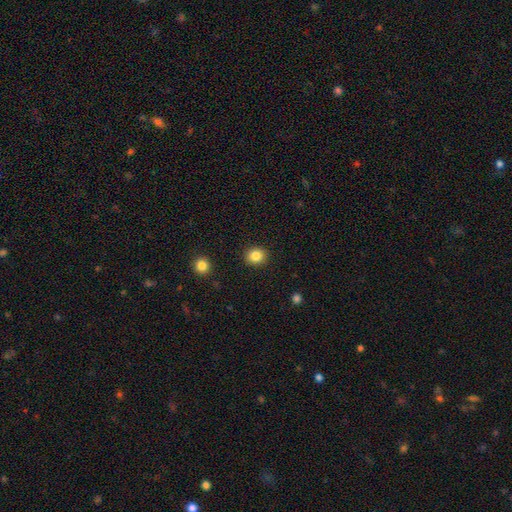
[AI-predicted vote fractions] Smooth or featured? smooth (84%)
How rounded? round (80%)
Merging? none (91%)